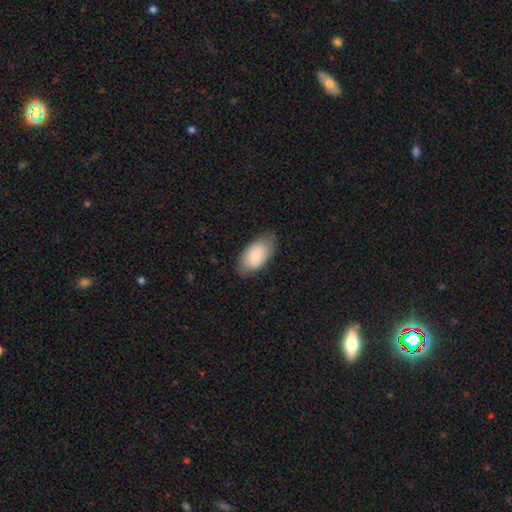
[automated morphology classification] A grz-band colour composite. It shows a smooth galaxy with no disk features (84%) that is in between round and cigar-shaped (95%). Merging: none (76%).